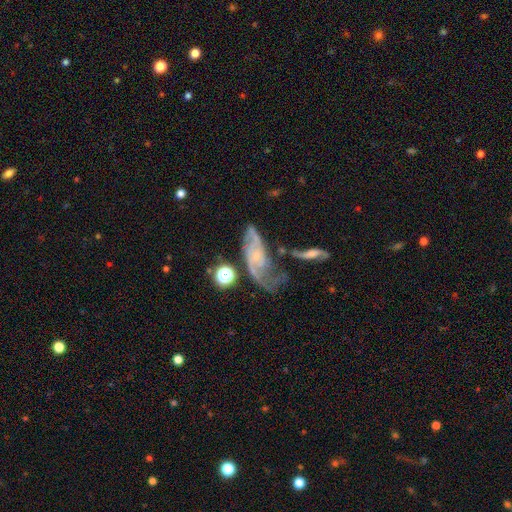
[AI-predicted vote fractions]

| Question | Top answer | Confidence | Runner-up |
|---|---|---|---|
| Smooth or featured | featured or disk | 80% | smooth (12%) |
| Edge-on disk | no | 93% | yes (7%) |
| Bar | no | 67% | weak (26%) |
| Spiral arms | yes | 92% | no (8%) |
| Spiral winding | medium | 43% | loose (30%) |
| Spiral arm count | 2 | 63% | can't tell (17%) |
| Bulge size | small | 72% | none (13%) |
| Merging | none | 39% | major disturbance (23%) |